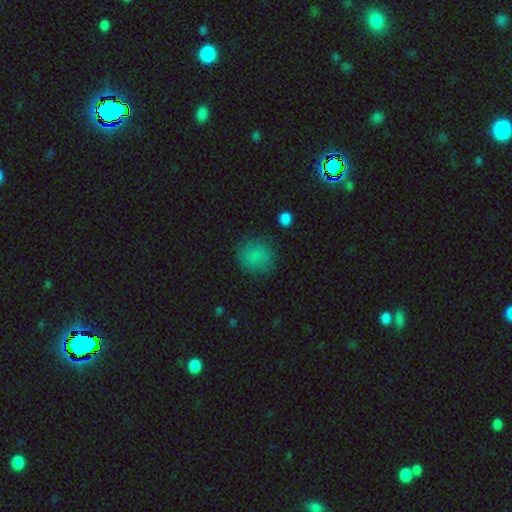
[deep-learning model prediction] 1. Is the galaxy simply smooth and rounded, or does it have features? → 82% smooth, 12% star or artifact, 6% featured or disk.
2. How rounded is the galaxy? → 86% round, 13% in between, 1% cigar-shaped.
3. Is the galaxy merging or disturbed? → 81% none, 13% minor disturbance, 4% major disturbance, 2% merger.